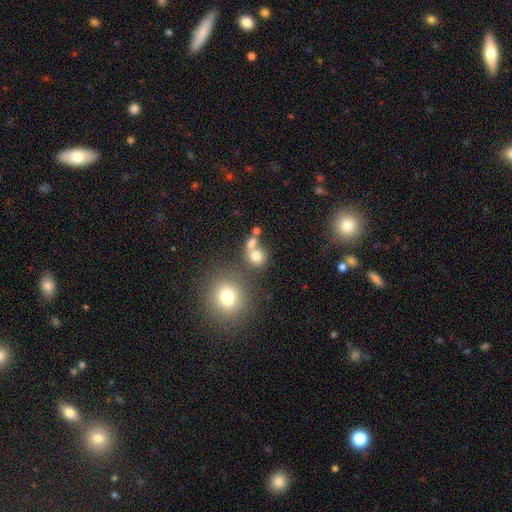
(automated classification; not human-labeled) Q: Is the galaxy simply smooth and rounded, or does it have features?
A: smooth — 75%.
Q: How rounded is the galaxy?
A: round — 75%.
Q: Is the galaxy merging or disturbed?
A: merger — 45%.